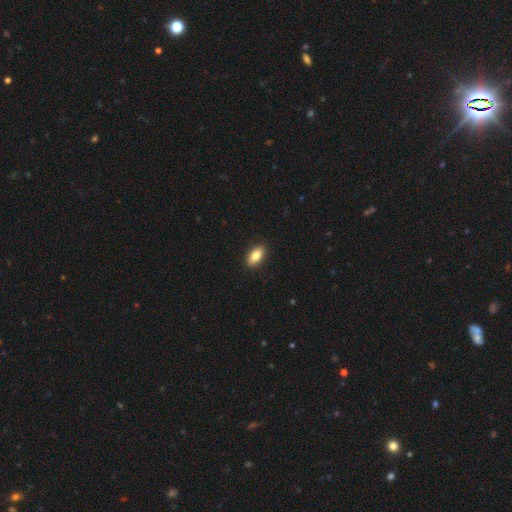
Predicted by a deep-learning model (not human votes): Smooth or featured: smooth — 80% (featured or disk — 13%)
How rounded: in between — 88% (cigar-shaped — 8%)
Merging: none — 90% (minor disturbance — 8%)